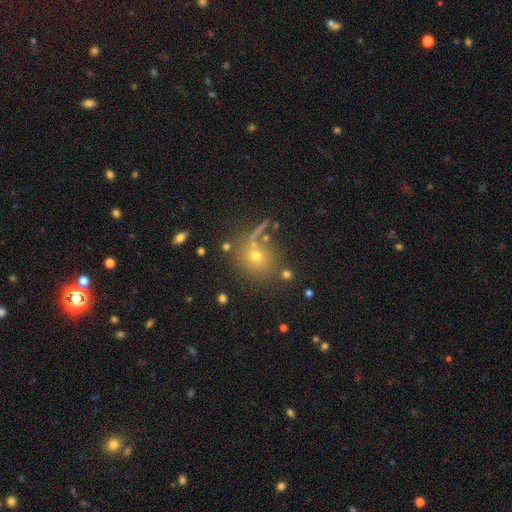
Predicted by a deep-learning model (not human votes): Overall: smooth (57%; star or artifact 26%). How rounded: round (84%). Merging: none (64%).